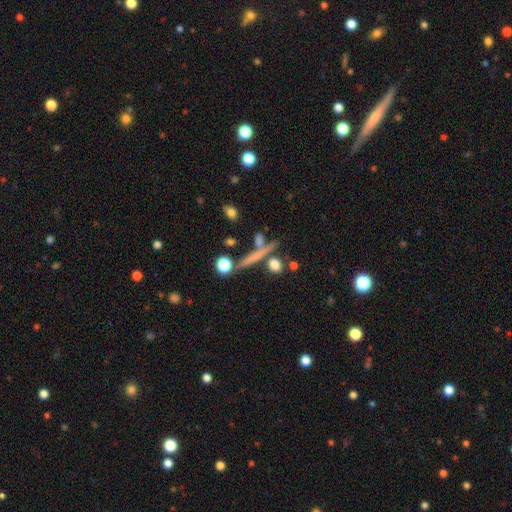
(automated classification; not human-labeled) Morphology: type=smooth (45%); merging=none (71%).